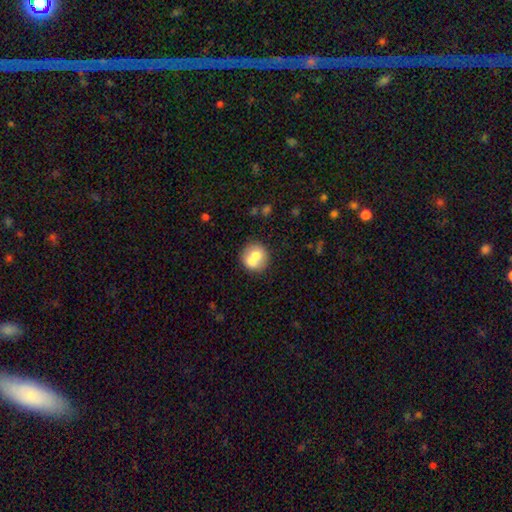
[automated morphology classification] smooth_or_featured: smooth (p=0.66) [alt: featured or disk p=0.25]
how_rounded: round (p=0.85) [alt: in between p=0.15]
merging: merger (p=0.45) [alt: none p=0.43]